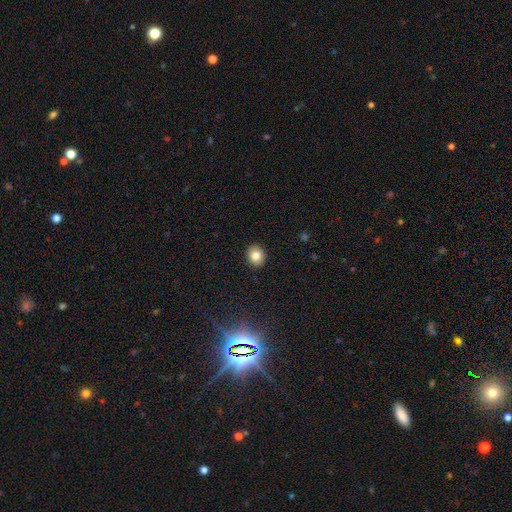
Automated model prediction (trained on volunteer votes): The model was most divided on "how rounded": round: 61%, in between: 38%, cigar-shaped: 1%. More confident: merging — none (91%); smooth or featured — smooth (83%).